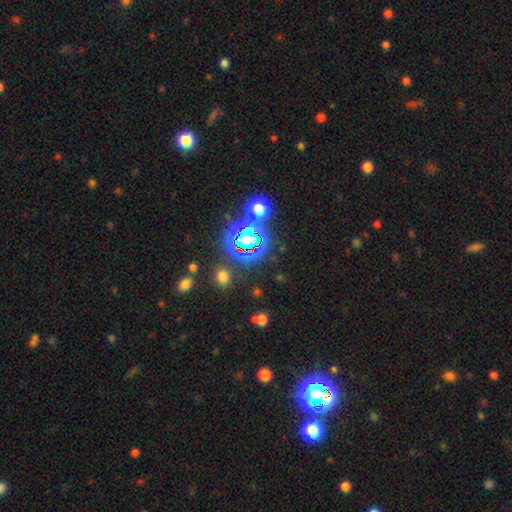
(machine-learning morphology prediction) type=star or artifact (80%).